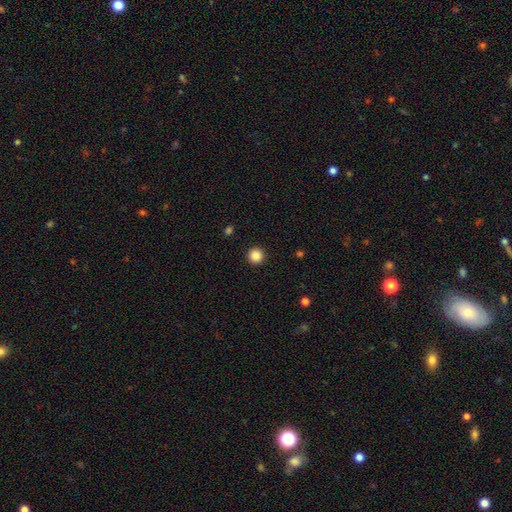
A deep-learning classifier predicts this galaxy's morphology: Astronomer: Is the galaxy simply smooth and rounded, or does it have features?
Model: smooth — 87%.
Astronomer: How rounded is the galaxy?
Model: round — 96%.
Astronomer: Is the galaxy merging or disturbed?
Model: none — 93%.